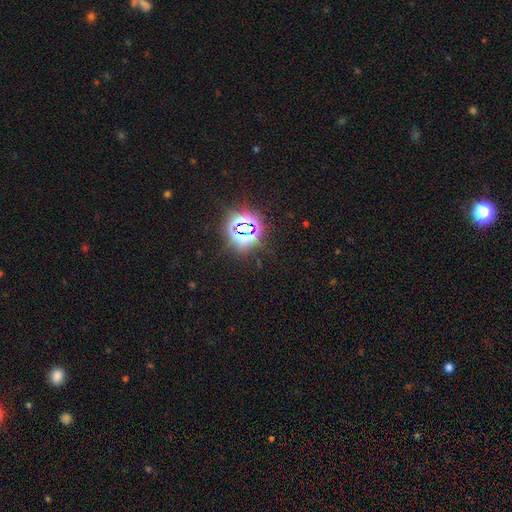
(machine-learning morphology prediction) smooth-or-featured: star or artifact: 82% | smooth: 12% | featured or disk: 6%